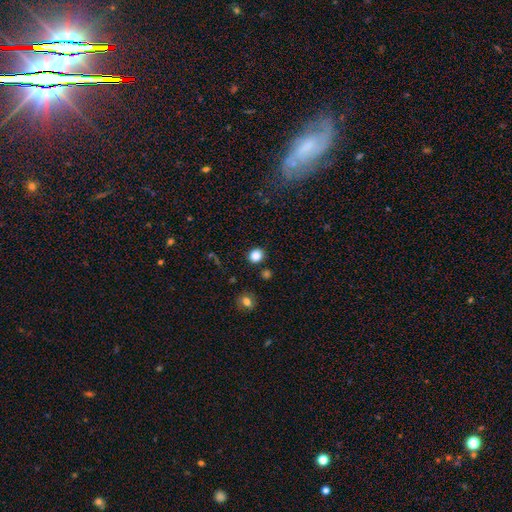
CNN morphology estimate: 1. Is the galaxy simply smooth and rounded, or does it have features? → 85% smooth, 12% star or artifact, 4% featured or disk.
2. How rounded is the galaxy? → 83% round, 16% in between, 1% cigar-shaped.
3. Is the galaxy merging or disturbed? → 87% none, 7% minor disturbance, 3% merger, 3% major disturbance.